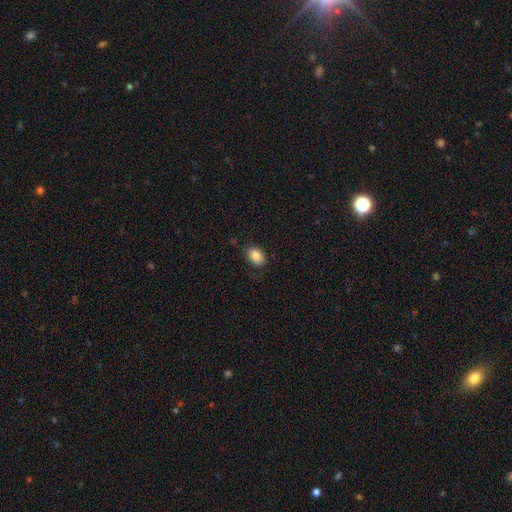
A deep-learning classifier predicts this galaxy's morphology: Smooth or featured? smooth (87%)
How rounded? in between (80%)
Merging? none (82%)